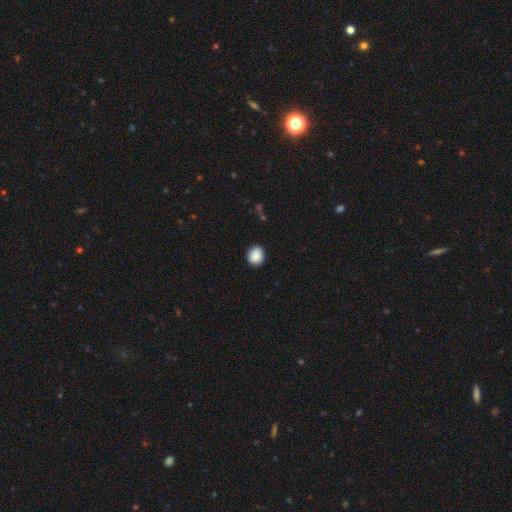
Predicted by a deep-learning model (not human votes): smooth_or_featured: smooth (p=0.88) [alt: star or artifact p=0.08]
how_rounded: round (p=0.73) [alt: in between p=0.26]
merging: none (p=0.87) [alt: minor disturbance p=0.10]